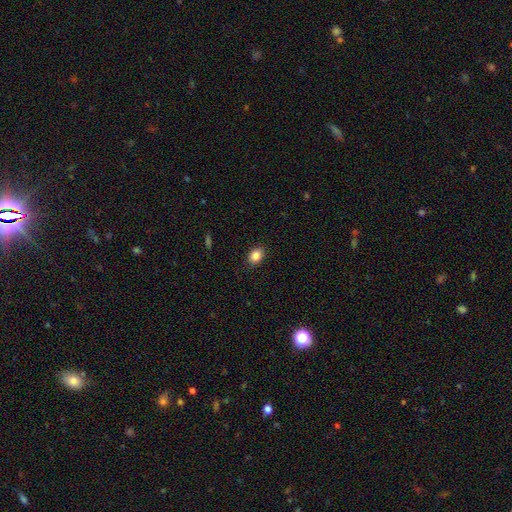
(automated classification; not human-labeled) A smooth galaxy with no disk features (85%) that is in between round and cigar-shaped (70%).

Vote fractions:
- Smooth or featured? smooth: 85% / star or artifact: 9% / featured or disk: 6%
- How rounded? in between: 70% / round: 29% / cigar-shaped: 1%
- Merging? none: 88% / minor disturbance: 9% / major disturbance: 2% / merger: 1%